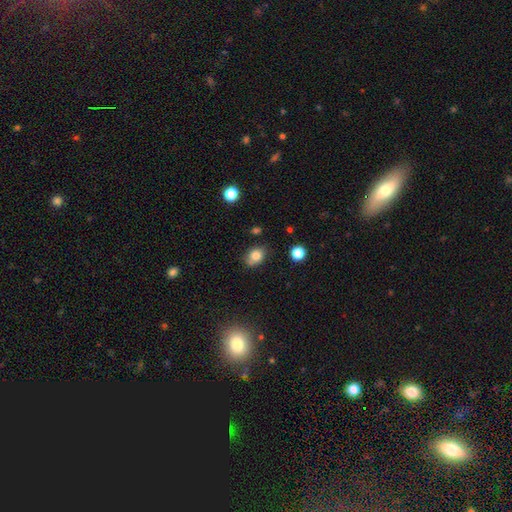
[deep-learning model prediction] The model was most divided on "how rounded": in between: 58%, round: 41%, cigar-shaped: 1%. More confident: smooth or featured — smooth (81%); merging — none (69%).